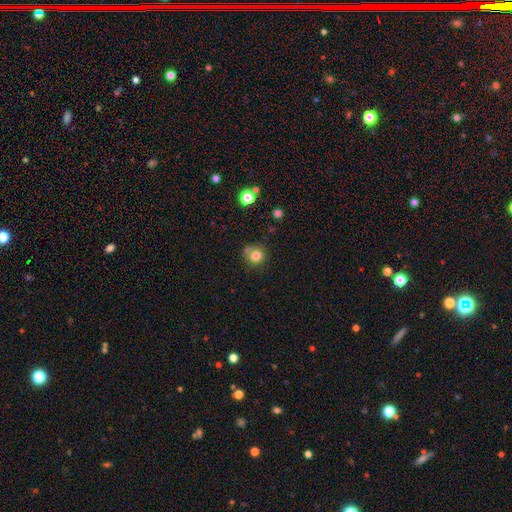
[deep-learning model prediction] The model was most divided on "merging": none: 63%, minor disturbance: 19%, merger: 12%, major disturbance: 6%. More confident: how rounded — round (88%); smooth or featured — smooth (80%).